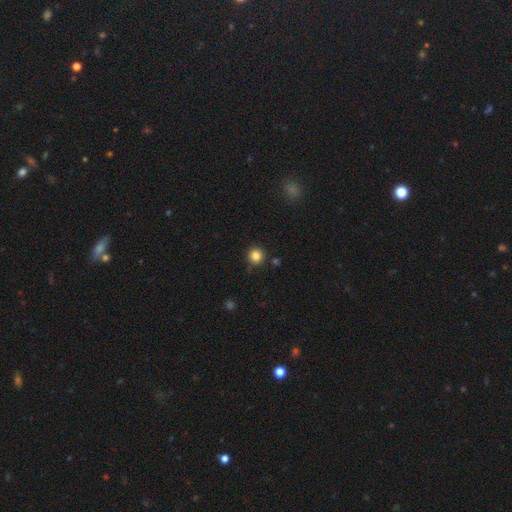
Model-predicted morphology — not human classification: A smooth galaxy with no disk features (84%) that is round (94%). Merging: none (88%).